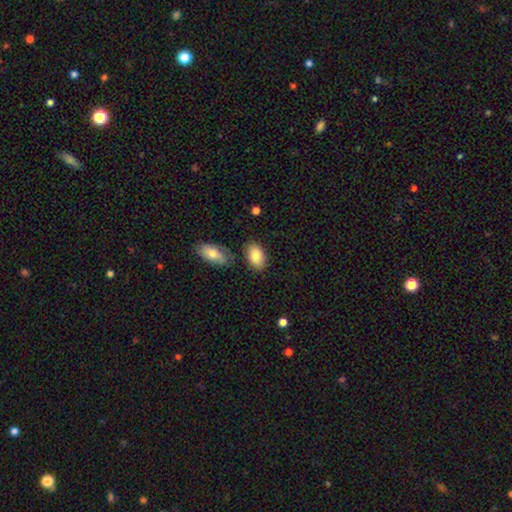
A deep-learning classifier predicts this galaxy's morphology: smooth-or-featured: smooth: 84% | featured or disk: 10% | star or artifact: 7%
  how-rounded: in between: 92% | round: 6% | cigar-shaped: 2%
  merging: none: 77% | minor disturbance: 13% | merger: 7% | major disturbance: 3%